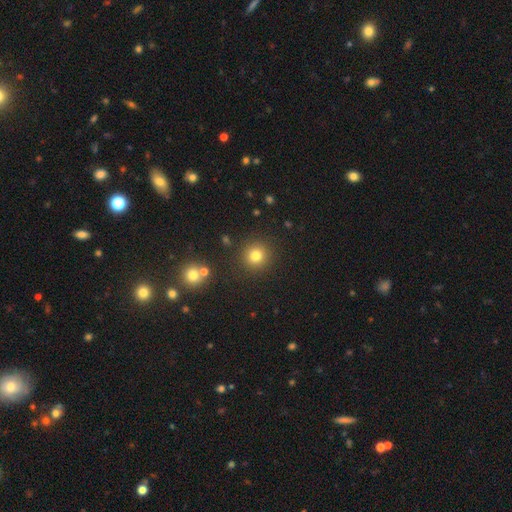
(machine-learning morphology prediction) smooth 79%, star or artifact 15%, featured or disk 7%. Down the decision tree: how rounded — round (93%); merging — none (88%).